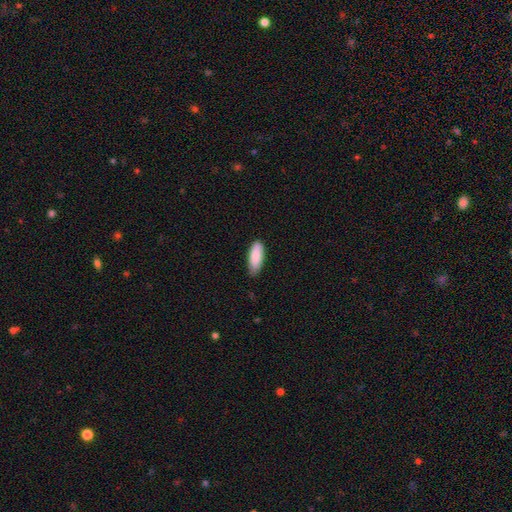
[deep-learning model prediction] smooth_or_featured: smooth (p=0.88) [alt: featured or disk p=0.06]
how_rounded: in between (p=0.72) [alt: cigar-shaped p=0.27]
merging: none (p=0.78) [alt: minor disturbance p=0.18]